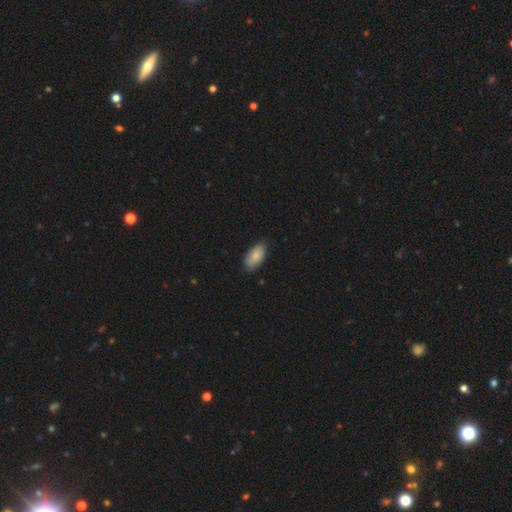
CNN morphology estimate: Smooth or featured: smooth — 81% (featured or disk — 13%)
How rounded: in between — 94% (cigar-shaped — 3%)
Merging: none — 76% (minor disturbance — 20%)